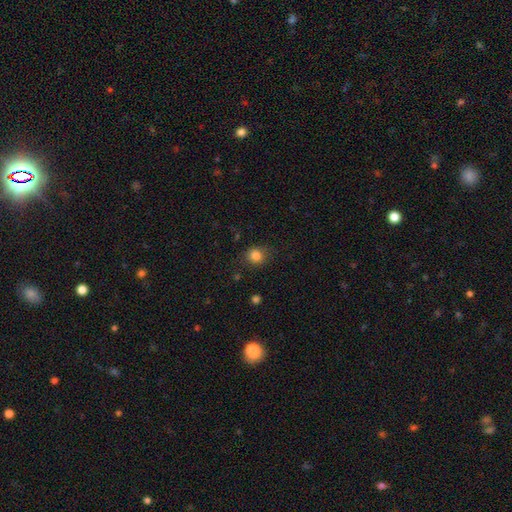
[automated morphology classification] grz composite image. It shows a smooth galaxy with no disk features (83%) that is round (79%). Merging: none (82%).